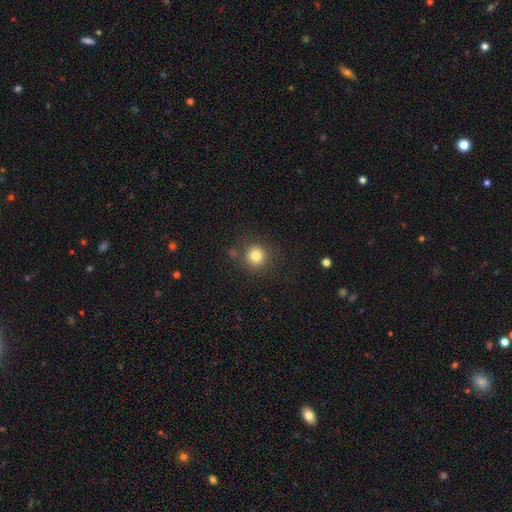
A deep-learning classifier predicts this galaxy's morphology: Smooth or featured? Predicted: smooth (p=0.82). How rounded? Predicted: round (p=0.91). Merging? Predicted: none (p=0.82).